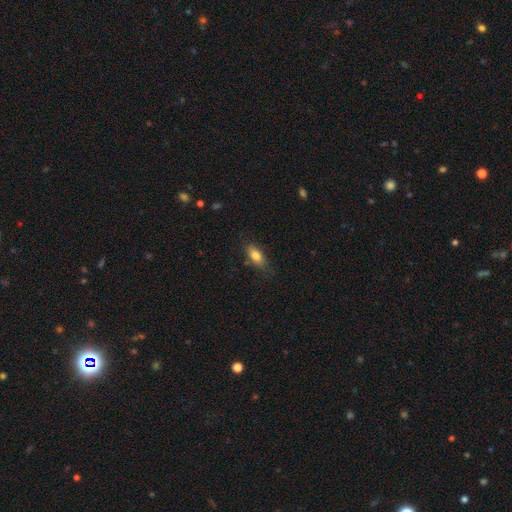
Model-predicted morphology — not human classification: Smooth or featured? smooth (79%)
How rounded? in between (80%)
Merging? none (72%)